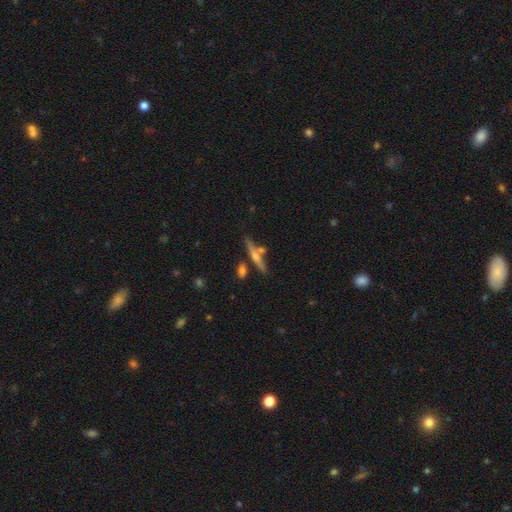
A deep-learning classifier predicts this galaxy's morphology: smooth_or_featured: featured or disk (p=0.53) [alt: smooth p=0.39]
disk_edge_on: yes (p=0.93) [alt: no p=0.07]
merging: none (p=0.68) [alt: merger p=0.16]